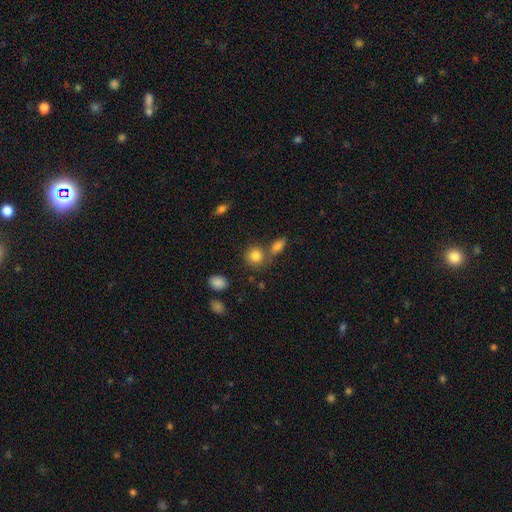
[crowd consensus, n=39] This appears to be a smooth galaxy with no disk features (97%) that is round (79%). Merging: merger (41%).